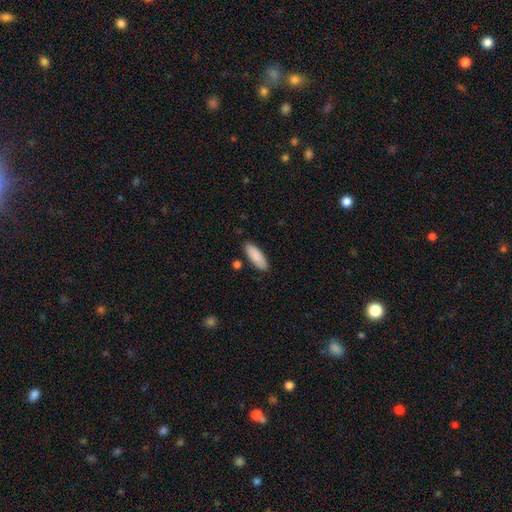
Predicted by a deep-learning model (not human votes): Overall: smooth (86%). How rounded: in between (61%; cigar-shaped 37%). Merging: none (83%).